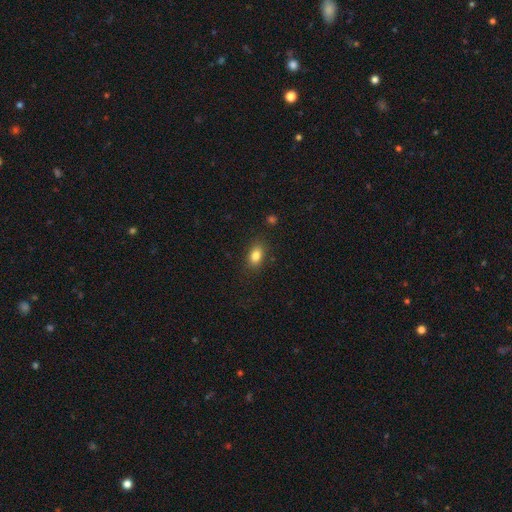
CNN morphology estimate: The model was most divided on "how rounded": in between: 83%, round: 14%, cigar-shaped: 3%. More confident: merging — none (85%); smooth or featured — smooth (83%).